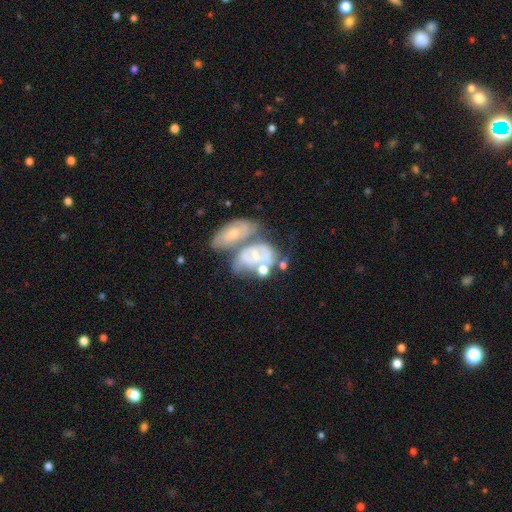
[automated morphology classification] A featured or disk galaxy (66%) with no bar (73%), spiral arms (61%) and a small central bulge (51%).

Vote fractions:
- Smooth or featured? featured or disk: 66% / smooth: 26% / star or artifact: 9%
- Edge-on disk? no: 95% / yes: 5%
- Bar? no: 73% / weak: 21% / strong: 6%
- Spiral arms? yes: 61% / no: 39%
- Bulge size? small: 51% / moderate: 37% / none: 7% / large: 3% / dominant: 2%
- Merging? merger: 62% / none: 17% / major disturbance: 11% / minor disturbance: 11%